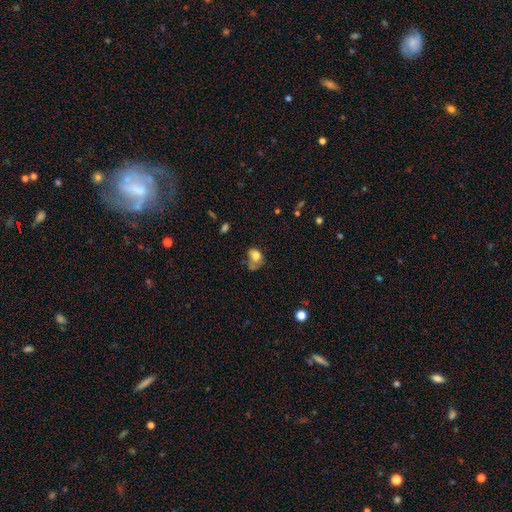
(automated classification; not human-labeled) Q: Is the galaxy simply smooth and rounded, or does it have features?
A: smooth — 72%.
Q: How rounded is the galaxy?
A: in between — 63%.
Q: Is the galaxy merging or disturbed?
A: none — 29%.